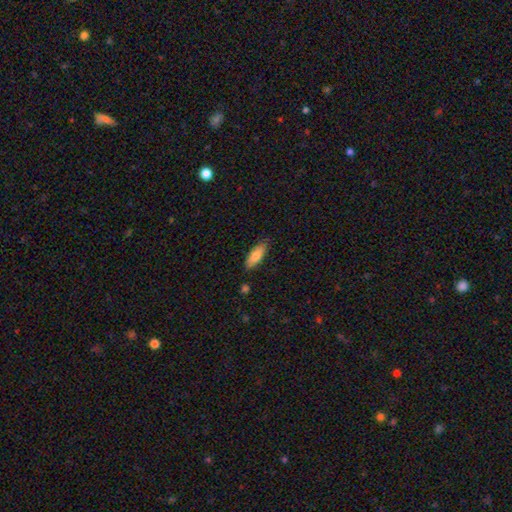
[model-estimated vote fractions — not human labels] This appears to be a smooth galaxy with no disk features (81%) that is in between round and cigar-shaped (69%). Merging: none (82%).